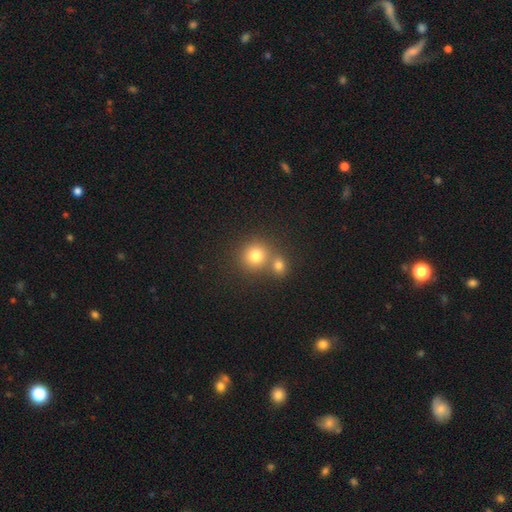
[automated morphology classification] A smooth galaxy with no disk features (78%) that is round (88%). Merging: none (54%).